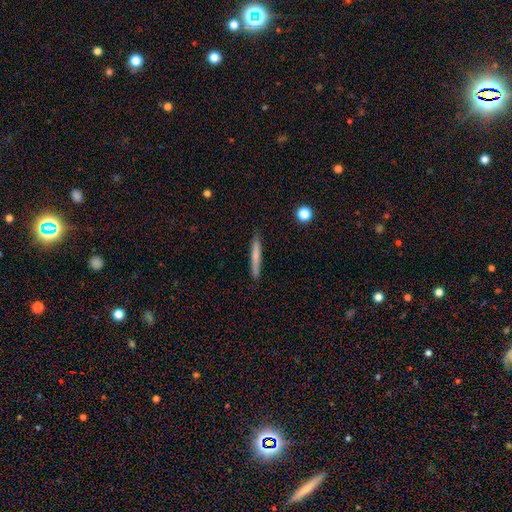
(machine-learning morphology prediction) A smooth galaxy with no disk features (68%) that is cigar-shaped (96%). Merging: none (88%).